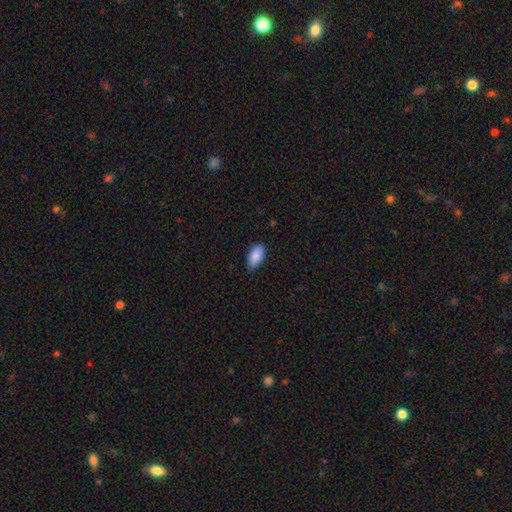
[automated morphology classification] smooth-or-featured: smooth: 88% | star or artifact: 7% | featured or disk: 5%
  how-rounded: in between: 93% | cigar-shaped: 4% | round: 3%
  merging: none: 73% | minor disturbance: 23% | major disturbance: 3% | merger: 1%